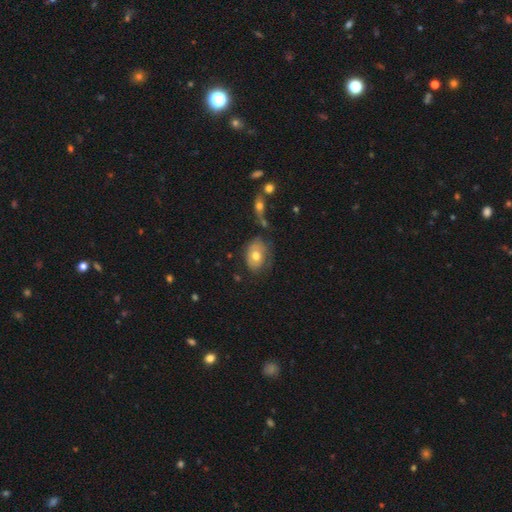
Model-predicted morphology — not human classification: smooth_or_featured: smooth (p=0.59) [alt: featured or disk p=0.34]
how_rounded: in between (p=0.72) [alt: round p=0.26]
merging: none (p=0.51) [alt: minor disturbance p=0.27]